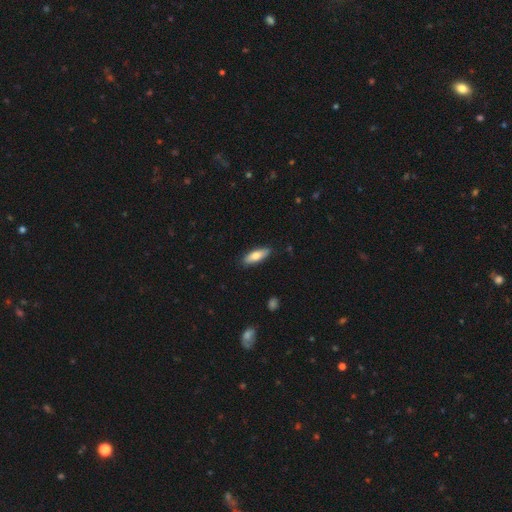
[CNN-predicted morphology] type=smooth (74%); roundness=in between (58%); merging=none (87%).